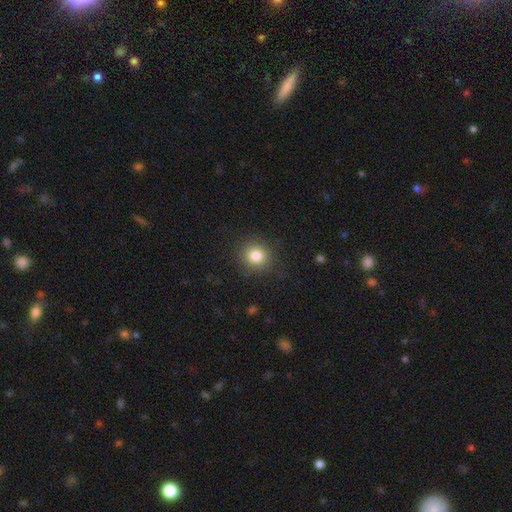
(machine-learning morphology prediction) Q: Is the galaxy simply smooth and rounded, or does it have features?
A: smooth — 82%.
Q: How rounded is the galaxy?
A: round — 90%.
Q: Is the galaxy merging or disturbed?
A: none — 89%.